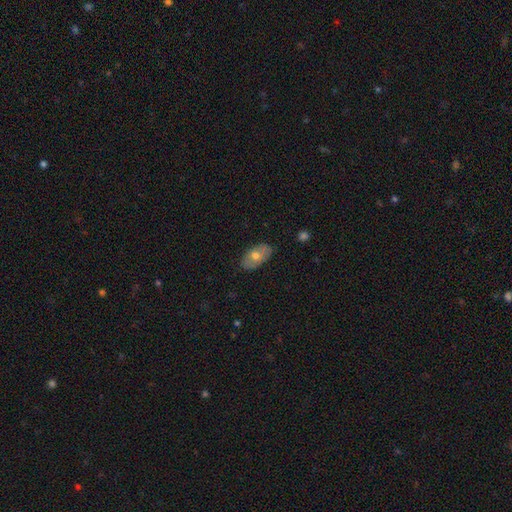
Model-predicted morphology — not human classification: This appears to be a smooth galaxy with no disk features (60%) that is in between round and cigar-shaped (92%). Merging: none (83%).